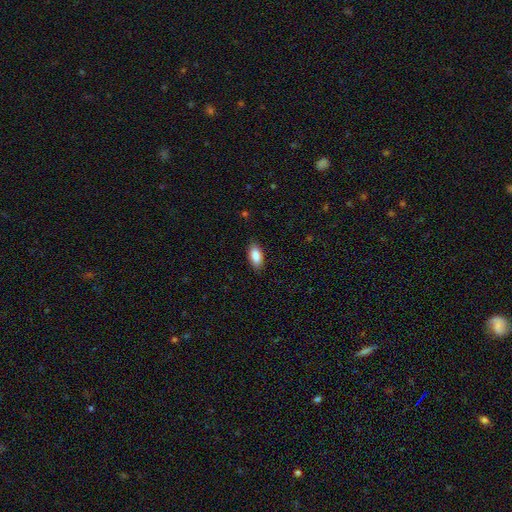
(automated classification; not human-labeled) Smooth or featured? Predicted: smooth (p=0.89). How rounded? Predicted: in between (p=0.91). Merging? Predicted: none (p=0.87).